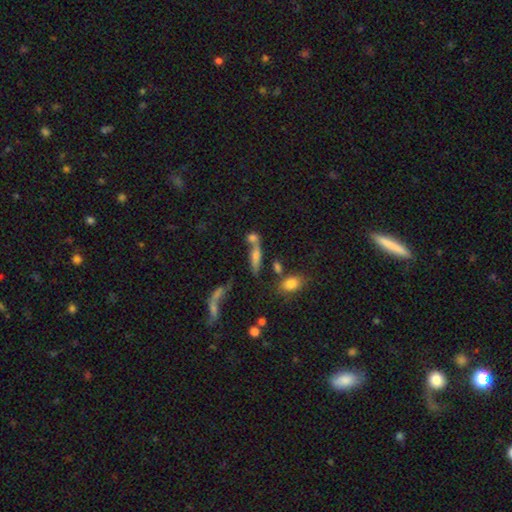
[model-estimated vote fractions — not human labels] This appears to be a smooth galaxy with no disk features (48%). Merging: none (39%).